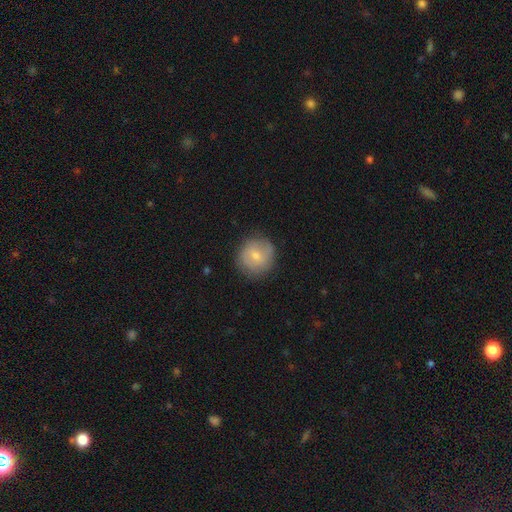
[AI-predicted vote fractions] Smooth or featured? Predicted: smooth (p=0.64). How rounded? Predicted: round (p=0.89). Merging? Predicted: none (p=0.81).